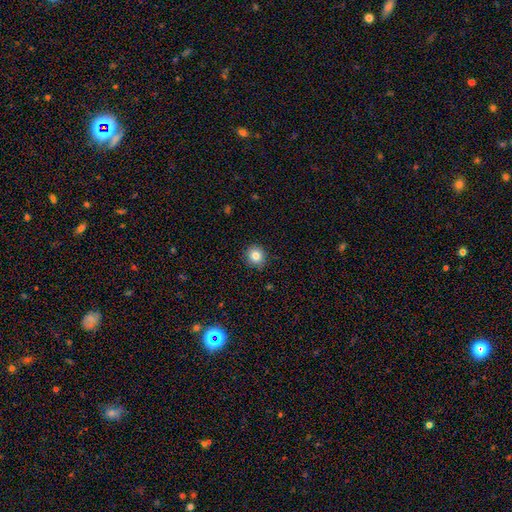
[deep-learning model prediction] smooth-or-featured: smooth: 83% | star or artifact: 11% | featured or disk: 7%
  how-rounded: round: 90% | in between: 9% | cigar-shaped: 1%
  merging: none: 89% | minor disturbance: 8% | major disturbance: 2% | merger: 1%